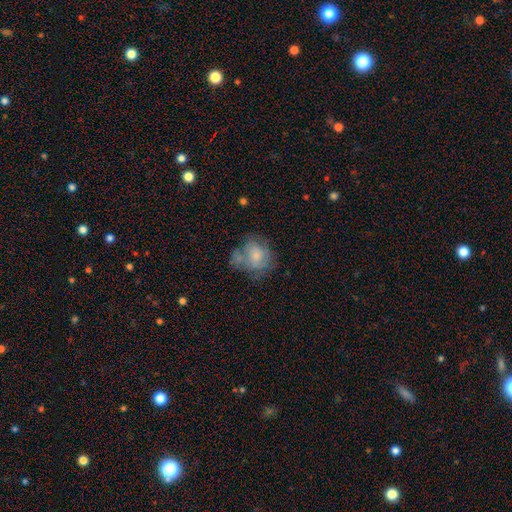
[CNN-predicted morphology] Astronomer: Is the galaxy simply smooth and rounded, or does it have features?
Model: smooth — 63%.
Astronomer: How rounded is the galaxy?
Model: round — 64%.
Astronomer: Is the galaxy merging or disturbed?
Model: none — 37% (runner-up: minor disturbance, 24%).